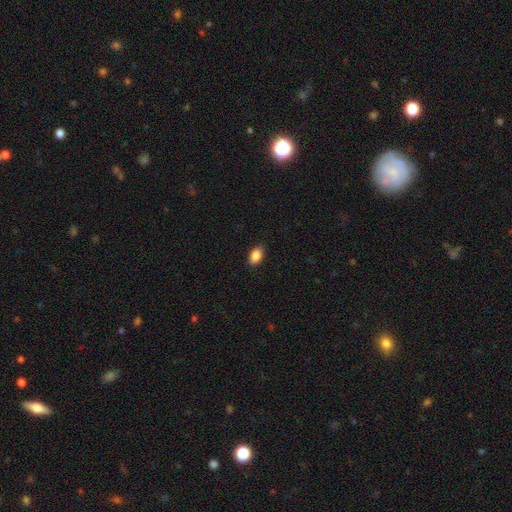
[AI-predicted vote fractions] The model was most divided on "merging": none: 87%, minor disturbance: 10%, major disturbance: 2%, merger: 1%. More confident: how rounded — in between (89%); smooth or featured — smooth (88%).